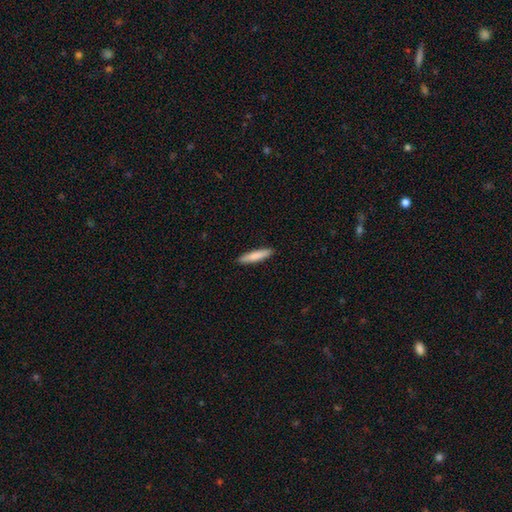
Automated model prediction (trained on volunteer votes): smooth_or_featured: smooth (p=0.82) [alt: featured or disk p=0.13]
how_rounded: cigar-shaped (p=0.86) [alt: in between p=0.12]
merging: none (p=0.91) [alt: minor disturbance p=0.07]